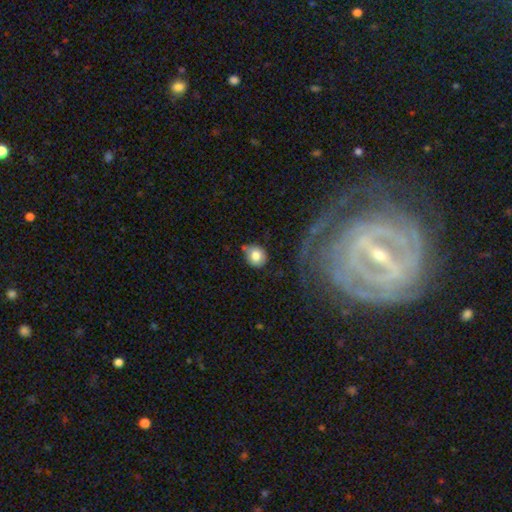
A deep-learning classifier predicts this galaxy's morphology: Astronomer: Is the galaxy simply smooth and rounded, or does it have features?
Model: smooth — 78%.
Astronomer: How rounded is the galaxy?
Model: round — 73%.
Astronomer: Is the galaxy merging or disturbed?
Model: none — 69%.